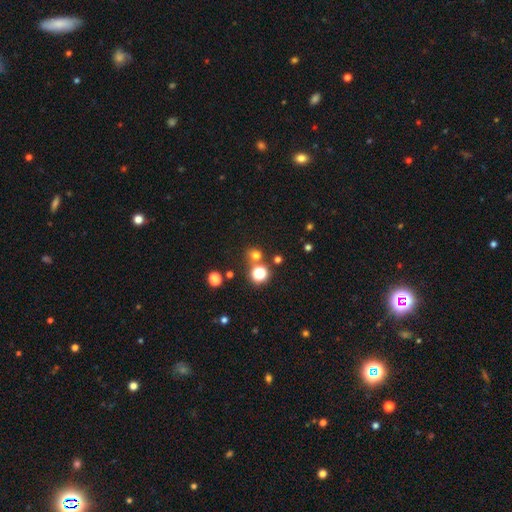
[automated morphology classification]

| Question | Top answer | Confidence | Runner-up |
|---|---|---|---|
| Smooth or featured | smooth | 66% | star or artifact (27%) |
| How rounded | round | 85% | in between (14%) |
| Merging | none | 70% | merger (18%) |